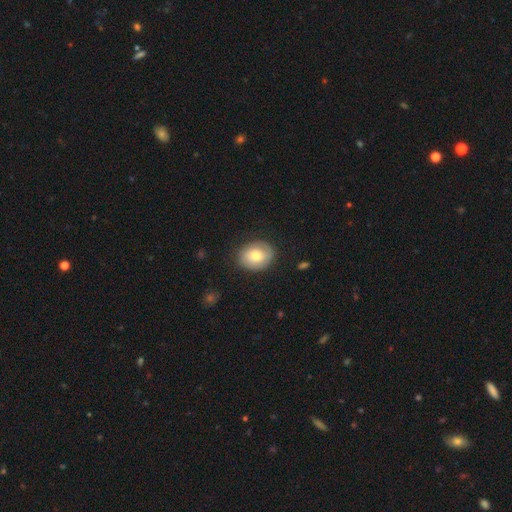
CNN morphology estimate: Smooth or featured? smooth (66%)
How rounded? in between (52%)
Merging? none (81%)